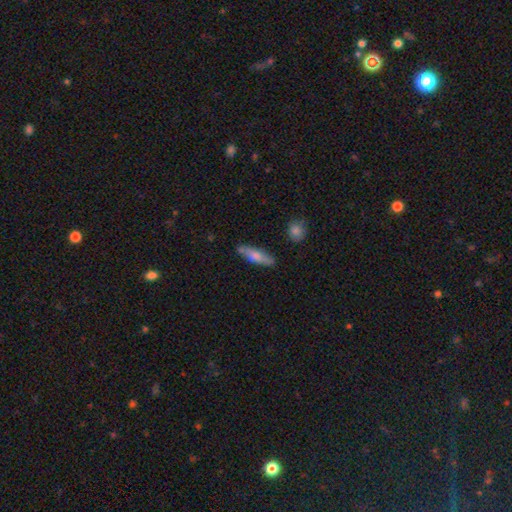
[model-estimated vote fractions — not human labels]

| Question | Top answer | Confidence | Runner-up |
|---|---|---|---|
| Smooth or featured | smooth | 67% | featured or disk (28%) |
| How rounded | cigar-shaped | 63% | in between (35%) |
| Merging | none | 78% | minor disturbance (16%) |